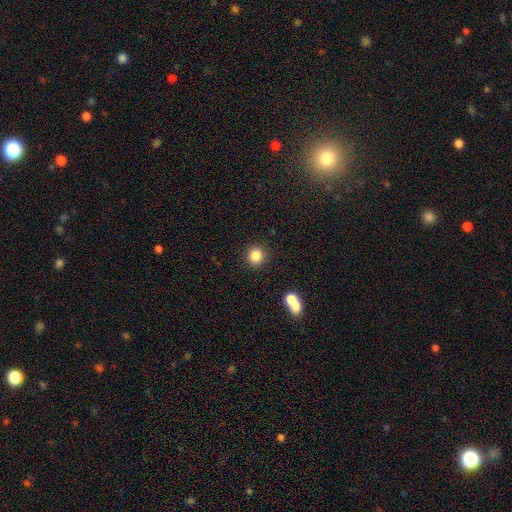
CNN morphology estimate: Overall: smooth (84%). How rounded: round (93%). Merging: none (89%).